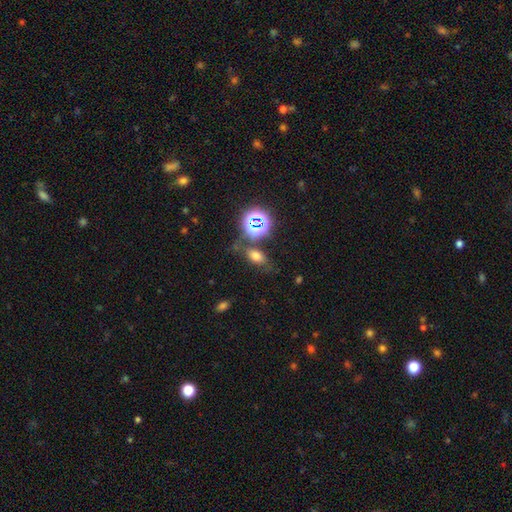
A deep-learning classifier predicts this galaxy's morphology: A smooth galaxy with no disk features (62%) that is in between round and cigar-shaped (82%). Merging: none (67%).